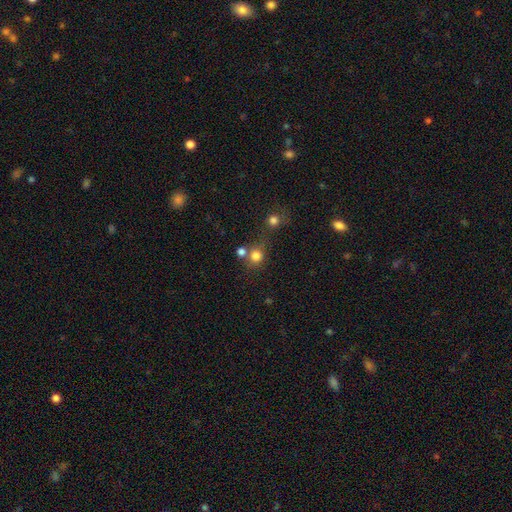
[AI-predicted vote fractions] The model was most divided on "merging": none: 57%, merger: 28%, minor disturbance: 9%, major disturbance: 6%. More confident: how rounded — round (88%); smooth or featured — smooth (79%).